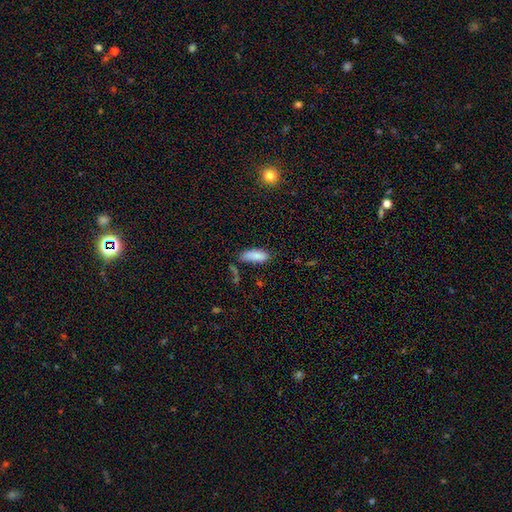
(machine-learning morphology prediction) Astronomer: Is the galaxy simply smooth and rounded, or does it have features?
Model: smooth — 85%.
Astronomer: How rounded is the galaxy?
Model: in between — 76%.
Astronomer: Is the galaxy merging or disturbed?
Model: none — 62%.